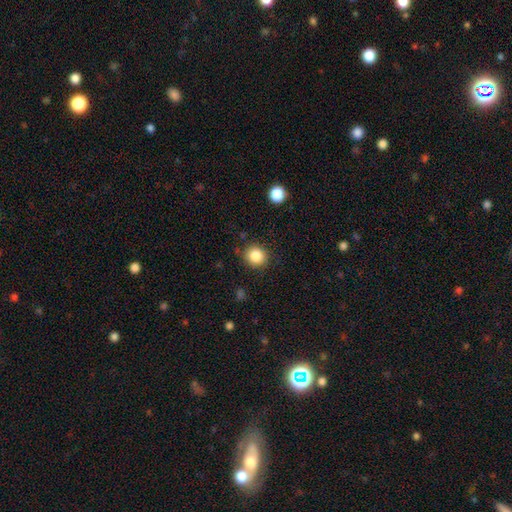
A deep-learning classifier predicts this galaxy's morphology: smooth_or_featured: smooth (p=0.86) [alt: star or artifact p=0.10]
how_rounded: round (p=0.90) [alt: in between p=0.10]
merging: none (p=0.87) [alt: minor disturbance p=0.08]